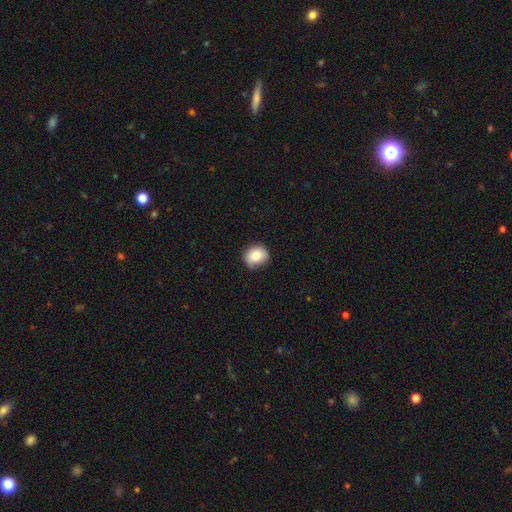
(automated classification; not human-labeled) Q: Smooth or featured?
A: smooth (81%); runner-up: featured or disk (10%)
Q: How rounded?
A: round (77%); runner-up: in between (22%)
Q: Merging?
A: none (81%); runner-up: minor disturbance (15%)